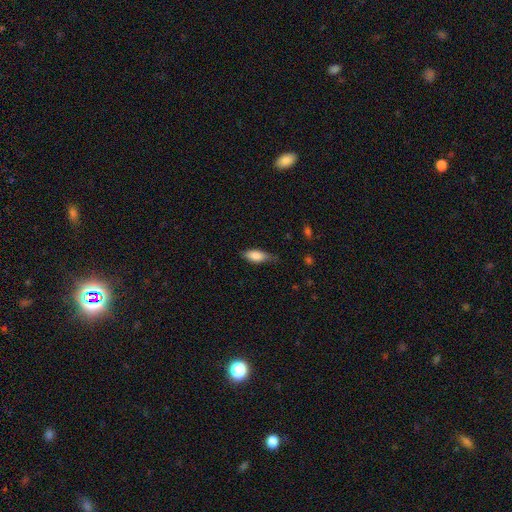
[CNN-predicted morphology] Smooth or featured?
  - smooth: 82% *
  - featured or disk: 11%
  - star or artifact: 6%
How rounded?
  - in between: 79% *
  - cigar-shaped: 19%
  - round: 3%
Merging?
  - none: 64% *
  - minor disturbance: 29%
  - major disturbance: 5%
  - merger: 1%